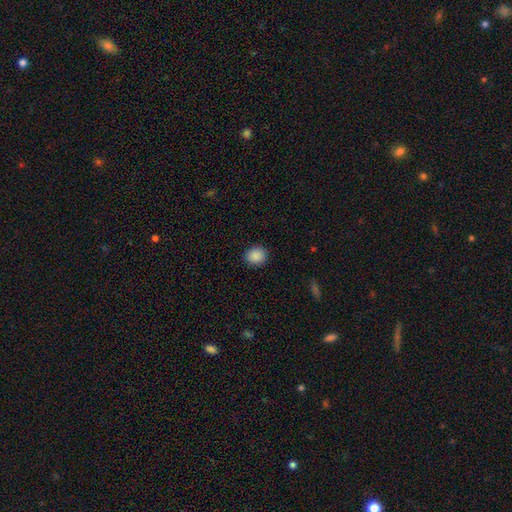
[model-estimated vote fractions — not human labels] Q: Smooth or featured?
A: smooth (88%); runner-up: star or artifact (8%)
Q: How rounded?
A: round (70%); runner-up: in between (29%)
Q: Merging?
A: none (90%); runner-up: minor disturbance (7%)